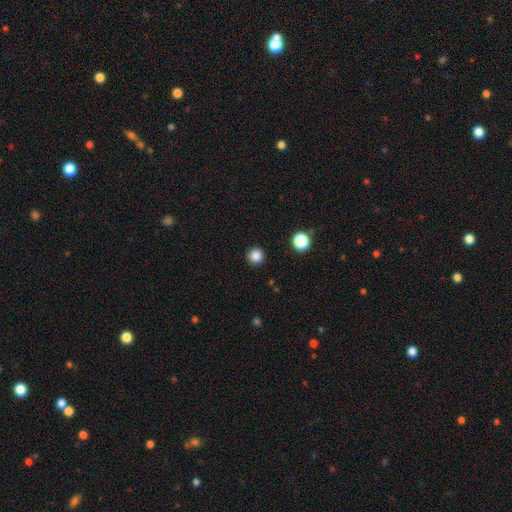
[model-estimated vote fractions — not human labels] smooth 85%, star or artifact 12%, featured or disk 3%. Down the decision tree: how rounded — round (95%); merging — none (92%).